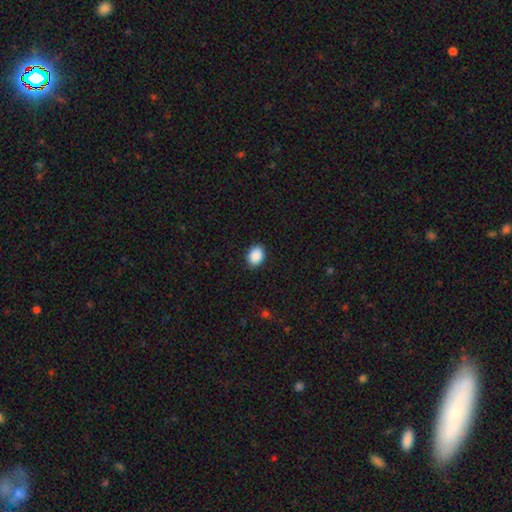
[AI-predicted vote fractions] Q: Smooth or featured?
A: smooth (90%); runner-up: star or artifact (8%)
Q: How rounded?
A: in between (64%); runner-up: round (35%)
Q: Merging?
A: none (89%); runner-up: minor disturbance (8%)